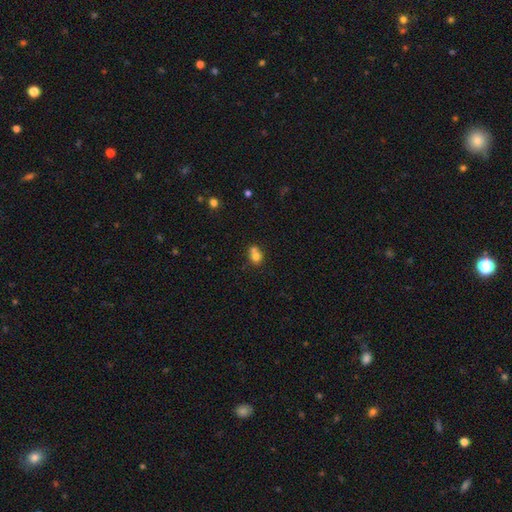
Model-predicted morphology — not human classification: smooth-or-featured: smooth: 73% | featured or disk: 15% | star or artifact: 12%
  how-rounded: round: 65% | in between: 34% | cigar-shaped: 1%
  merging: merger: 50% | none: 35% | minor disturbance: 10% | major disturbance: 4%